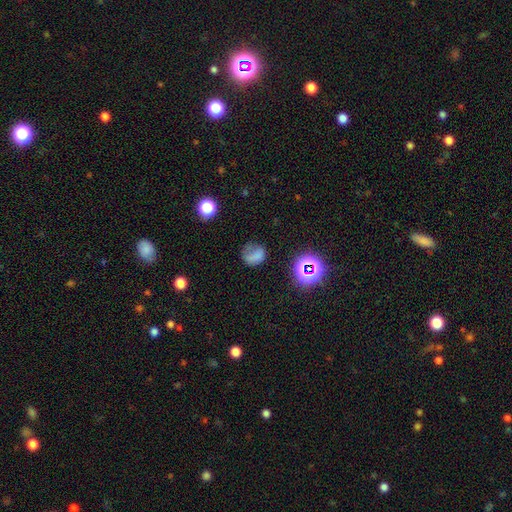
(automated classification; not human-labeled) Q: Smooth or featured?
A: smooth (63%); runner-up: star or artifact (22%)
Q: How rounded?
A: round (59%); runner-up: in between (40%)
Q: Merging?
A: none (45%); runner-up: minor disturbance (27%)